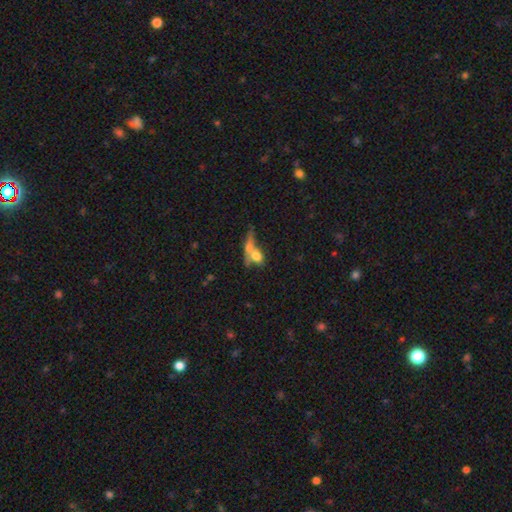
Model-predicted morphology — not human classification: Smooth or featured: smooth — 62% (featured or disk — 28%)
How rounded: in between — 52% (round — 33%)
Merging: merger — 64% (none — 18%)